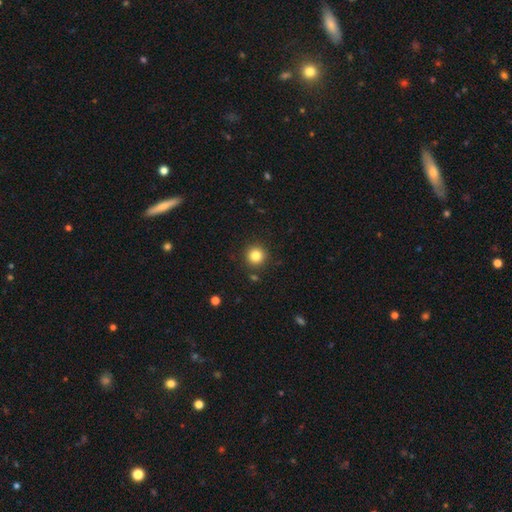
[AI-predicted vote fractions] Overall: smooth (83%). How rounded: round (94%). Merging: none (90%).